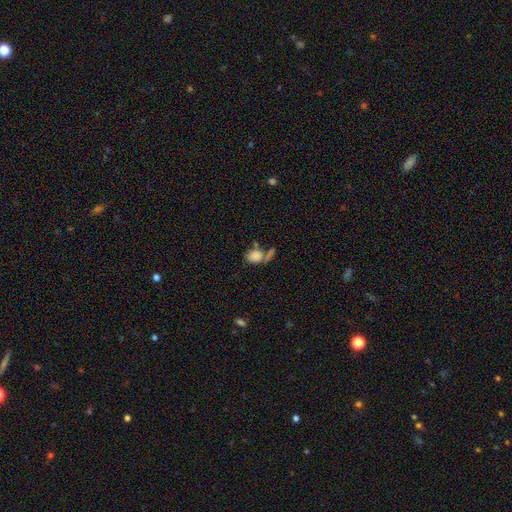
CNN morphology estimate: The model was most divided on "merging": merger: 37%, none: 35%, minor disturbance: 14%, major disturbance: 14%. More confident: smooth or featured — smooth (80%); how rounded — in between (62%).